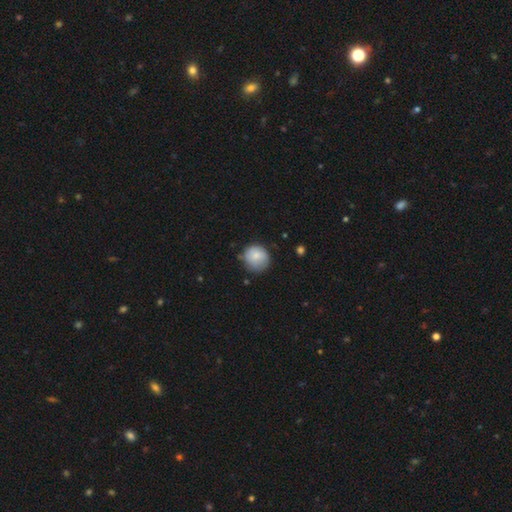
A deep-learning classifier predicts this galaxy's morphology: Smooth or featured? Predicted: smooth (p=0.79). How rounded? Predicted: round (p=0.88). Merging? Predicted: none (p=0.66).